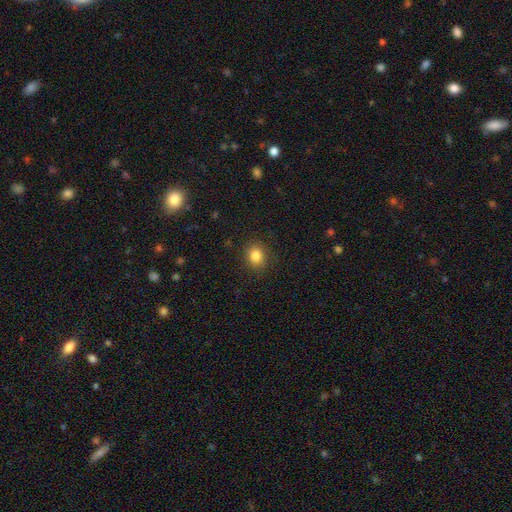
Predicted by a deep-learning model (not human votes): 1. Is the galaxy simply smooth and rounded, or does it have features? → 83% smooth, 11% star or artifact, 5% featured or disk.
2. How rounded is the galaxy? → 72% round, 28% in between, 1% cigar-shaped.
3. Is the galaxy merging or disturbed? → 88% none, 8% minor disturbance, 3% major disturbance, 1% merger.